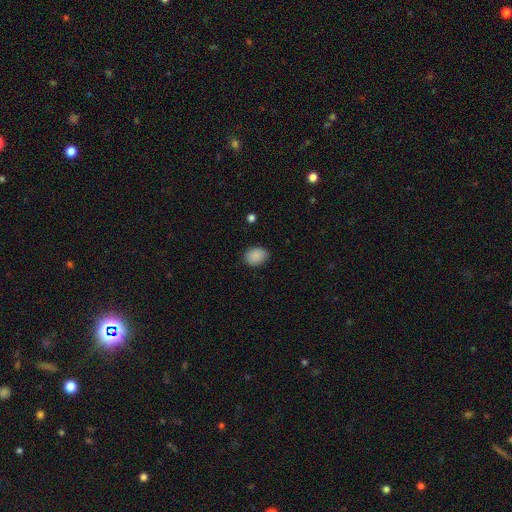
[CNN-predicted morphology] A smooth galaxy with no disk features (89%) that is in between round and cigar-shaped (64%).

Vote fractions:
- Smooth or featured? smooth: 89% / star or artifact: 8% / featured or disk: 3%
- How rounded? in between: 64% / round: 35% / cigar-shaped: 1%
- Merging? none: 82% / minor disturbance: 14% / major disturbance: 3% / merger: 1%